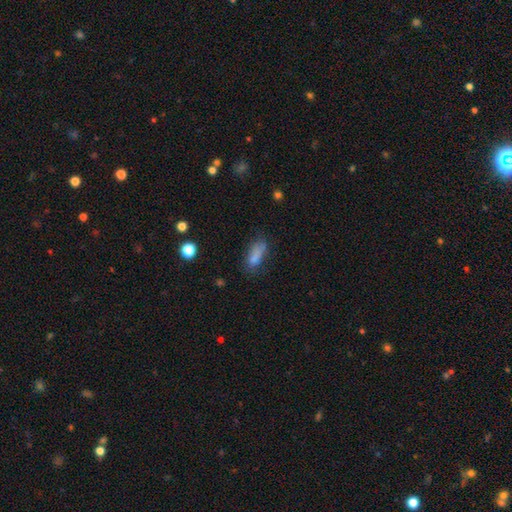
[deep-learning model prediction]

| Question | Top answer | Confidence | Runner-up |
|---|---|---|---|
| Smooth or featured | smooth | 75% | featured or disk (13%) |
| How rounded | in between | 76% | cigar-shaped (20%) |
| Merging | none | 48% | minor disturbance (29%) |